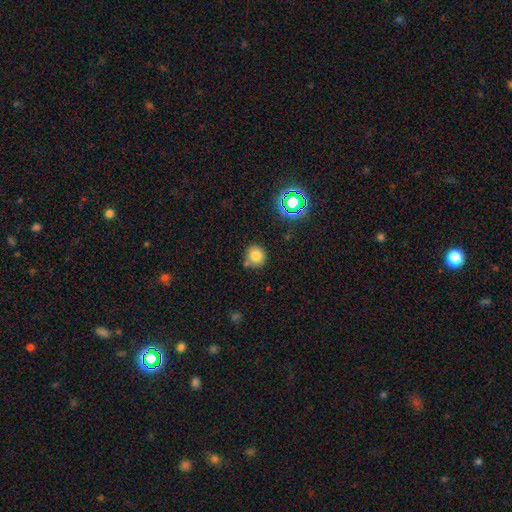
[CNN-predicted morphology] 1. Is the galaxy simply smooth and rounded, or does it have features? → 76% smooth, 15% star or artifact, 8% featured or disk.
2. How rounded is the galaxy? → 90% round, 9% in between, 1% cigar-shaped.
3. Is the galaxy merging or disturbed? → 72% none, 15% minor disturbance, 10% merger, 4% major disturbance.